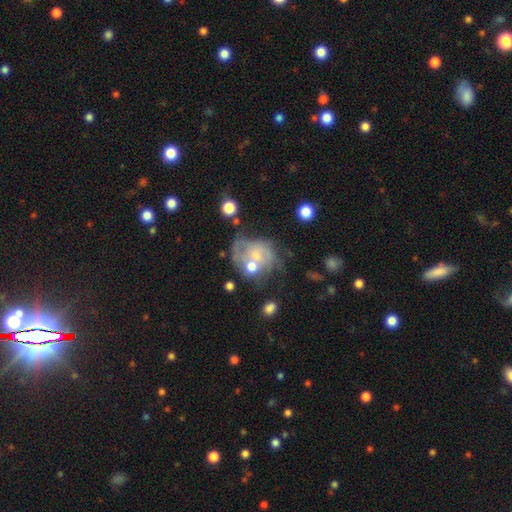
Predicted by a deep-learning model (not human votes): A featured or disk galaxy (55%) with no bar (79%), spiral arms (55%) and a small central bulge (48%).

Vote fractions:
- Smooth or featured? featured or disk: 55% / smooth: 31% / star or artifact: 14%
- Edge-on disk? no: 97% / yes: 3%
- Bar? no: 79% / weak: 18% / strong: 4%
- Spiral arms? yes: 55% / no: 45%
- Bulge size? small: 48% / moderate: 36% / none: 11% / large: 4% / dominant: 2%
- Merging? none: 34% / major disturbance: 25% / minor disturbance: 21% / merger: 20%